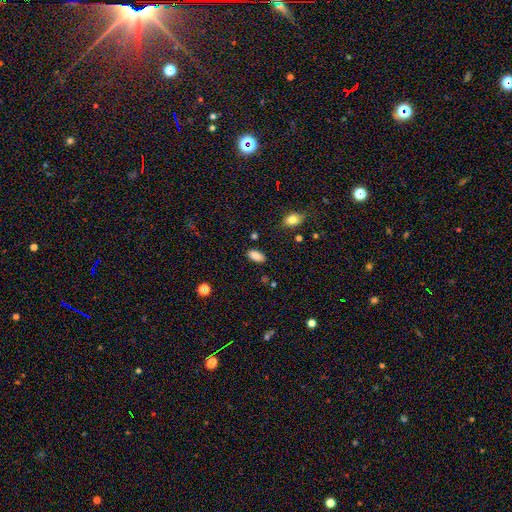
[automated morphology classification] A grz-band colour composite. It shows a smooth galaxy with no disk features (86%) that is in between round and cigar-shaped (91%). Merging: none (86%).